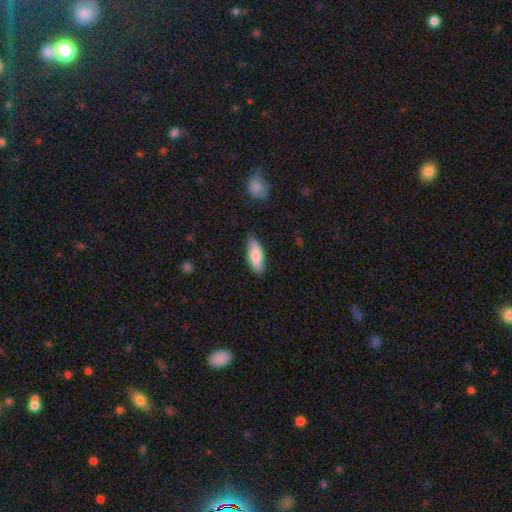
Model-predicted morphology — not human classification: Q: Smooth or featured?
A: smooth (83%); runner-up: featured or disk (12%)
Q: How rounded?
A: in between (66%); runner-up: cigar-shaped (32%)
Q: Merging?
A: none (77%); runner-up: minor disturbance (18%)